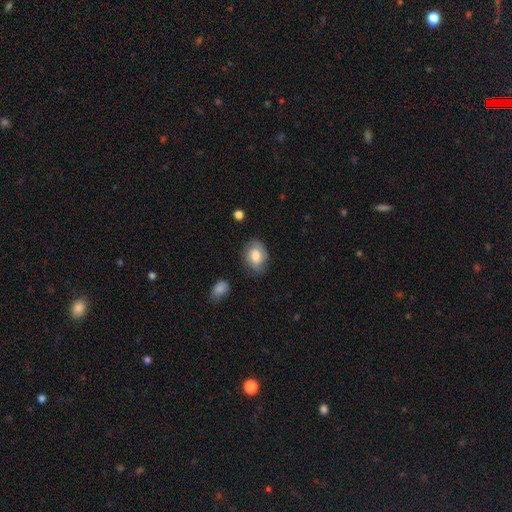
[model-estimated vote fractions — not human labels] Q: Smooth or featured?
A: smooth (64%); runner-up: featured or disk (27%)
Q: How rounded?
A: in between (70%); runner-up: round (29%)
Q: Merging?
A: none (71%); runner-up: minor disturbance (22%)